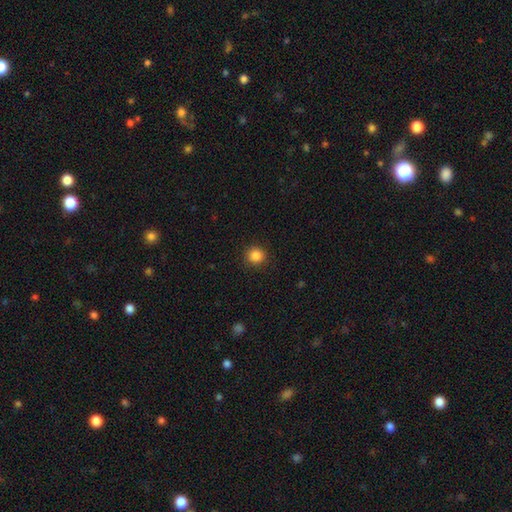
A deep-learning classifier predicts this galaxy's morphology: smooth-or-featured: smooth: 85% | star or artifact: 11% | featured or disk: 4%
  how-rounded: round: 93% | in between: 6% | cigar-shaped: 1%
  merging: none: 91% | minor disturbance: 6% | major disturbance: 2% | merger: 1%